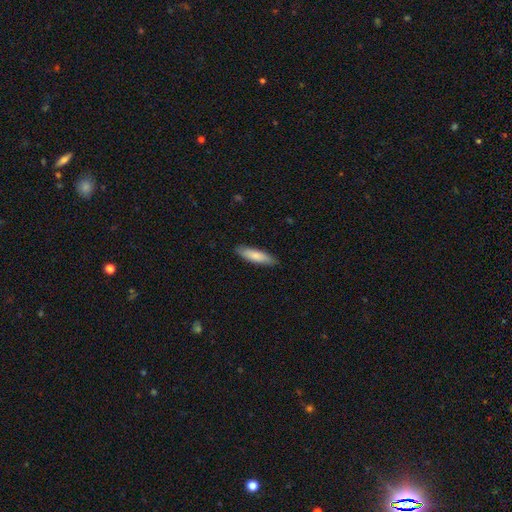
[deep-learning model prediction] This appears to be a smooth galaxy with no disk features (80%) that is cigar-shaped (69%). Merging: none (87%).